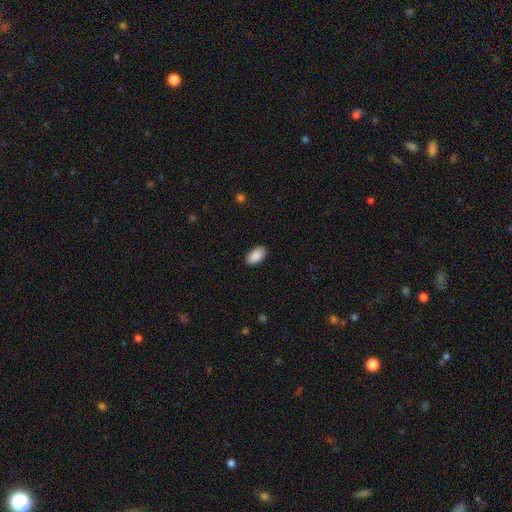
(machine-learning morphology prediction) A smooth galaxy with no disk features (90%) that is in between round and cigar-shaped (95%). Merging: none (88%).